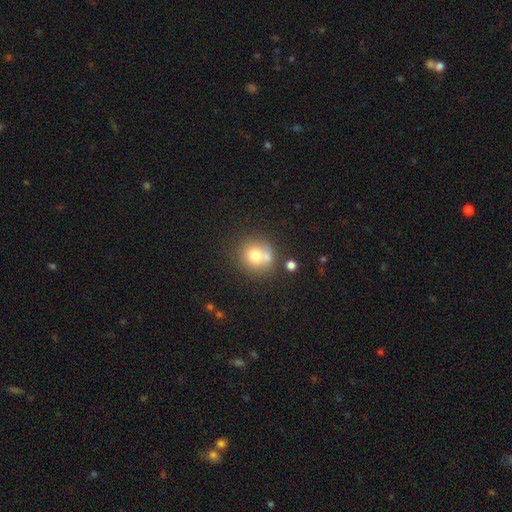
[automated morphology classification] Smooth or featured? Predicted: smooth (p=0.71). How rounded? Predicted: round (p=0.84). Merging? Predicted: none (p=0.54).